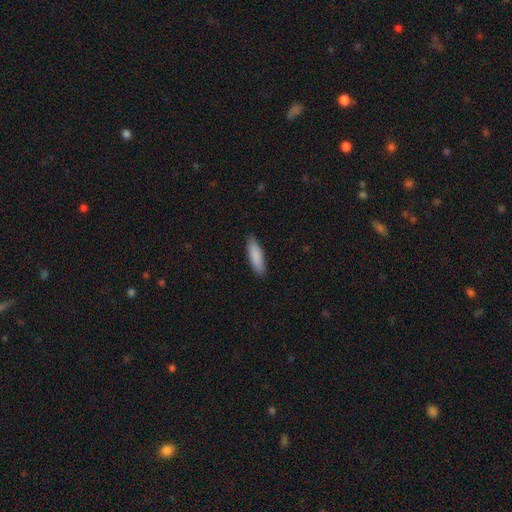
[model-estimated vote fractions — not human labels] smooth_or_featured: smooth (p=0.87) [alt: featured or disk p=0.07]
how_rounded: cigar-shaped (p=0.59) [alt: in between p=0.40]
merging: none (p=0.88) [alt: minor disturbance p=0.09]